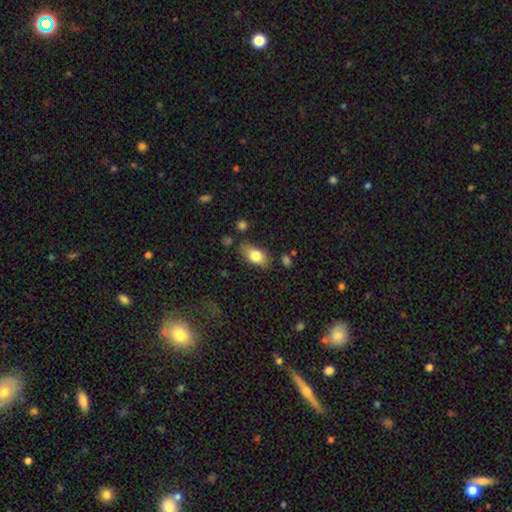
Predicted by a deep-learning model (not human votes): Q: Smooth or featured?
A: smooth (78%); runner-up: featured or disk (15%)
Q: How rounded?
A: in between (87%); runner-up: round (8%)
Q: Merging?
A: none (74%); runner-up: minor disturbance (18%)